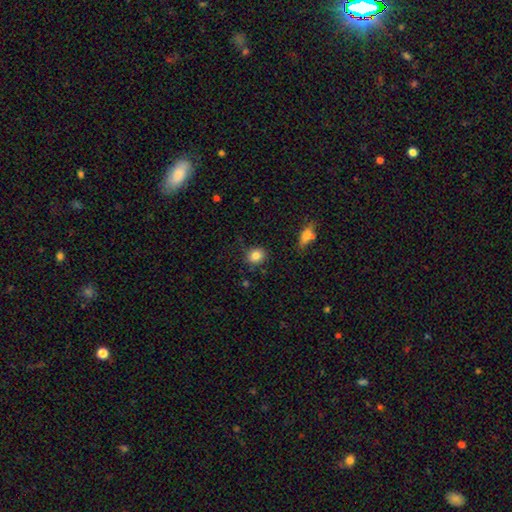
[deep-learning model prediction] smooth 84%, star or artifact 10%, featured or disk 7%. Down the decision tree: how rounded — round (76%); merging — none (82%).